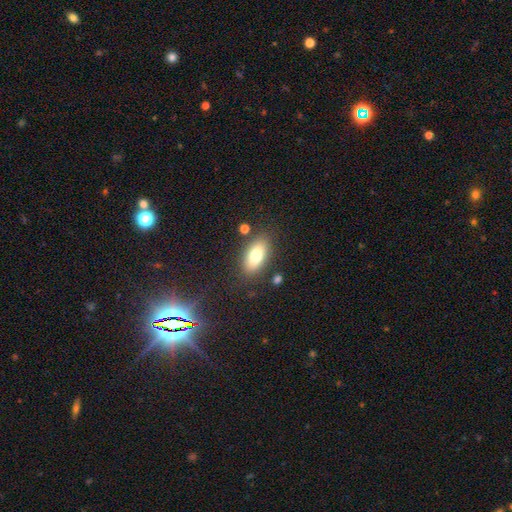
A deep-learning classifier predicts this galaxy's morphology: This appears to be a smooth galaxy with no disk features (77%) that is in between round and cigar-shaped (87%). Merging: none (82%).